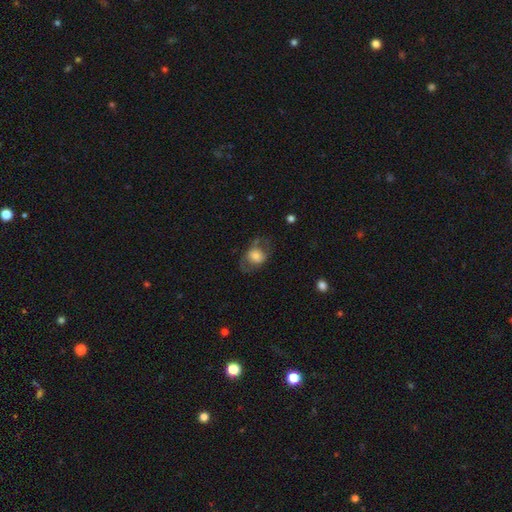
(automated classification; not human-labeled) The model was most divided on "how rounded": round: 53%, in between: 46%, cigar-shaped: 1%. More confident: smooth or featured — smooth (58%); merging — none (54%).